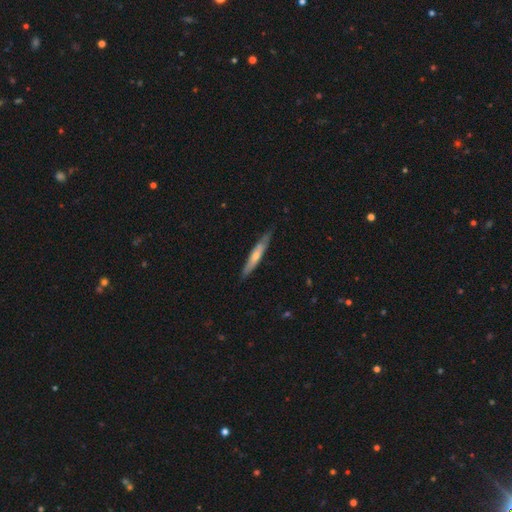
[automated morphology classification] smooth-or-featured: featured or disk: 50% | smooth: 44% | star or artifact: 6%
  disk-edge-on: yes: 86% | no: 14%
  merging: none: 81% | minor disturbance: 15% | major disturbance: 2% | merger: 1%